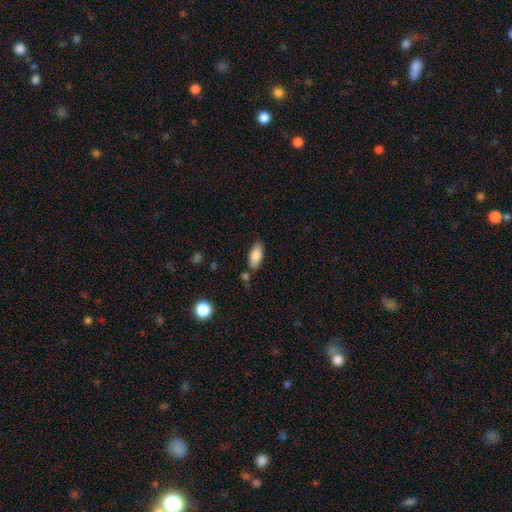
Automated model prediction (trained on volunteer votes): smooth_or_featured: smooth (p=0.84) [alt: featured or disk p=0.09]
how_rounded: in between (p=0.85) [alt: cigar-shaped p=0.12]
merging: none (p=0.74) [alt: minor disturbance p=0.16]